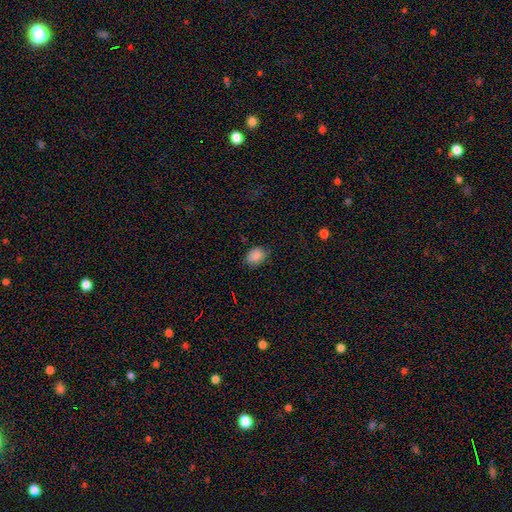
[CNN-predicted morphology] A smooth galaxy with no disk features (86%) that is in between round and cigar-shaped (71%).

Vote fractions:
- Smooth or featured? smooth: 86% / star or artifact: 9% / featured or disk: 4%
- How rounded? in between: 71% / round: 28% / cigar-shaped: 1%
- Merging? none: 74% / minor disturbance: 21% / major disturbance: 4% / merger: 1%